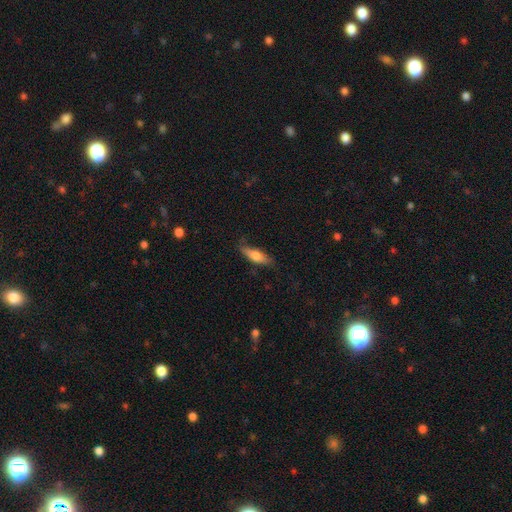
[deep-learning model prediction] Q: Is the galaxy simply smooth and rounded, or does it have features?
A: smooth — 68%.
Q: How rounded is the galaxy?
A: in between — 49%, tied with cigar-shaped.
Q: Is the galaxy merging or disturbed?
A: none — 70%.